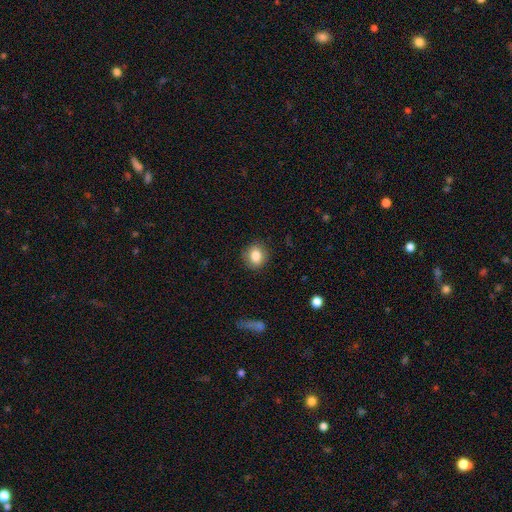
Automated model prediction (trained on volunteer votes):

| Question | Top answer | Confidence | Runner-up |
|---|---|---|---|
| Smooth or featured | smooth | 84% | star or artifact (9%) |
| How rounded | round | 73% | in between (26%) |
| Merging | none | 87% | minor disturbance (9%) |